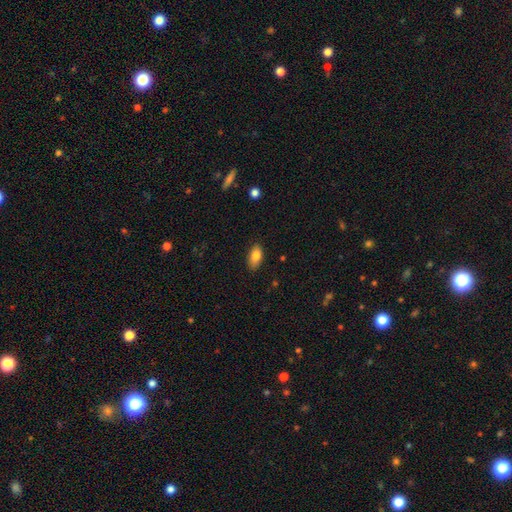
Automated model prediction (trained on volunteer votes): Morphology: type=smooth (84%); roundness=in between (90%); merging=none (85%).